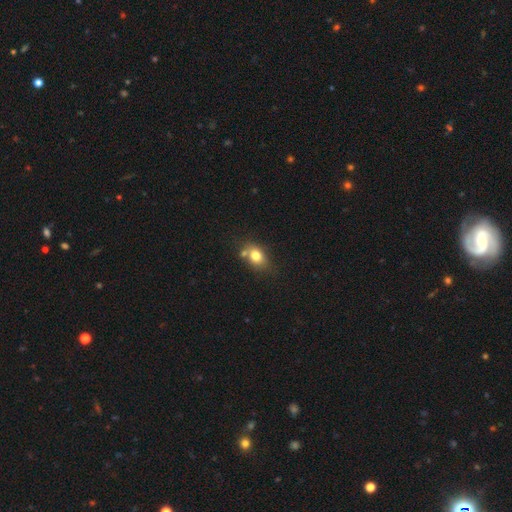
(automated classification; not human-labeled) This appears to be a smooth galaxy with no disk features (77%) that is in between round and cigar-shaped (66%). Merging: none (57%).